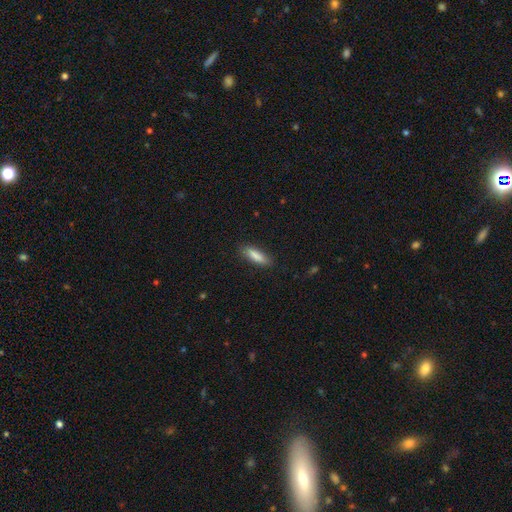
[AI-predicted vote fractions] Smooth or featured: smooth — 85% (featured or disk — 9%)
How rounded: cigar-shaped — 59% (in between — 39%)
Merging: none — 84% (minor disturbance — 12%)